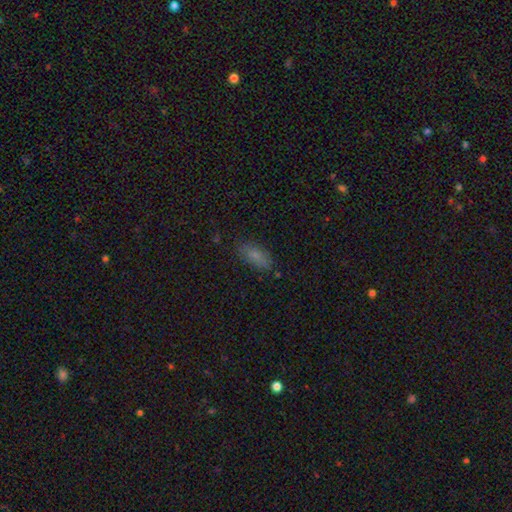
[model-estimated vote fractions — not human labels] Q: Smooth or featured?
A: smooth (80%); runner-up: star or artifact (11%)
Q: How rounded?
A: in between (78%); runner-up: cigar-shaped (19%)
Q: Merging?
A: none (80%); runner-up: minor disturbance (15%)